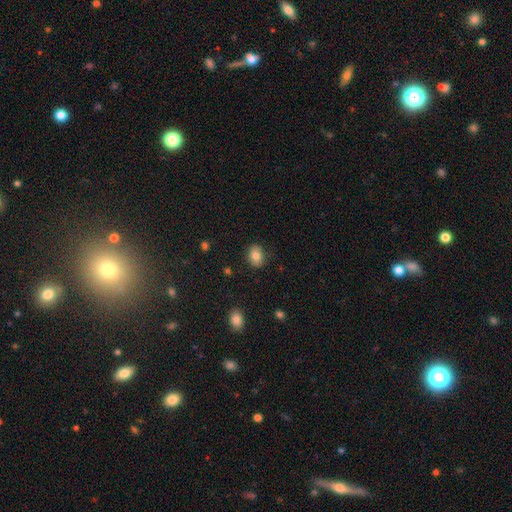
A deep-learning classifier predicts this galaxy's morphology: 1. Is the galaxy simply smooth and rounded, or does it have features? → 82% smooth, 9% featured or disk, 9% star or artifact.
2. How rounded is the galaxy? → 56% in between, 43% round, 1% cigar-shaped.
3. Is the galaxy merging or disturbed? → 86% none, 10% minor disturbance, 3% major disturbance, 1% merger.